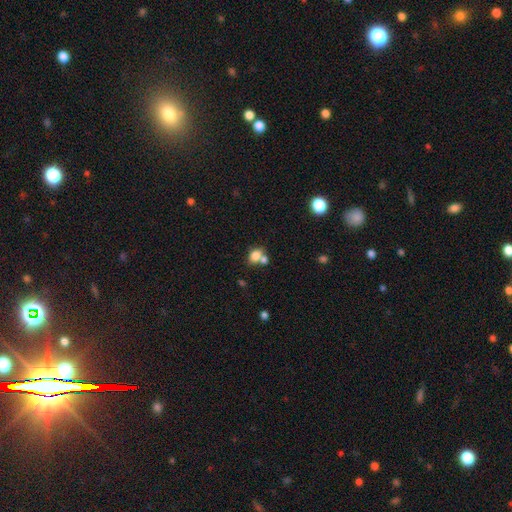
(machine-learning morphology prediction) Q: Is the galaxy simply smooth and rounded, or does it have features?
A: smooth — 77%.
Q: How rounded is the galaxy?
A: in between — 62%.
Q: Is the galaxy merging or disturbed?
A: merger — 45%.